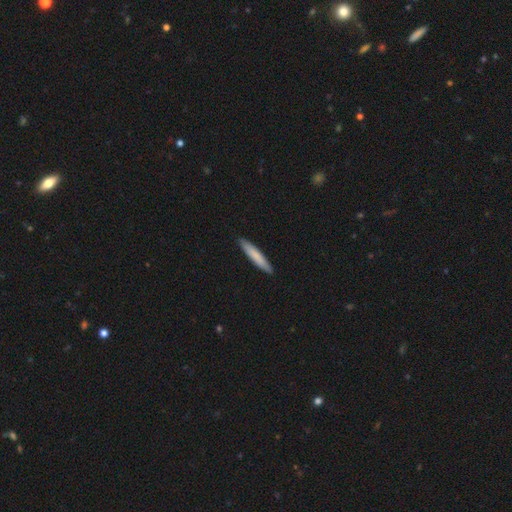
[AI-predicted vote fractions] Overall: smooth (78%). How rounded: cigar-shaped (92%). Merging: none (90%).